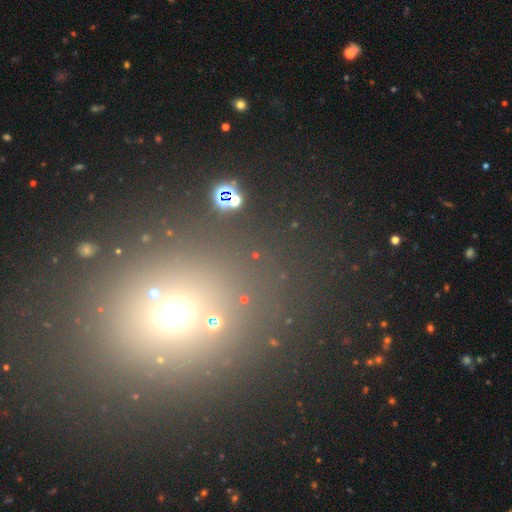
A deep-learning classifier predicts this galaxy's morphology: smooth-or-featured: star or artifact: 63% | smooth: 28% | featured or disk: 9%